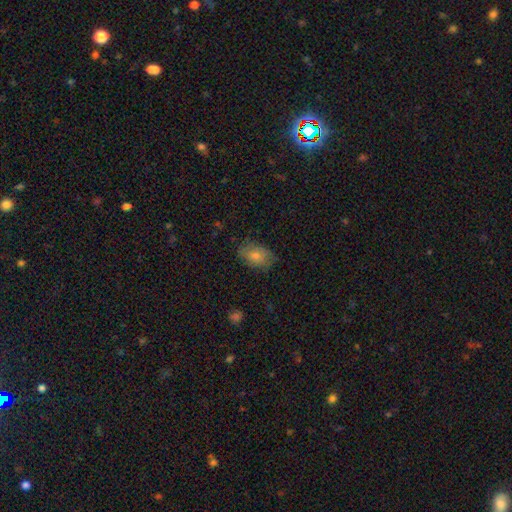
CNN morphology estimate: This is likely a smooth galaxy (71%). How rounded: clearly in between (85%). Merging: likely none (80%).